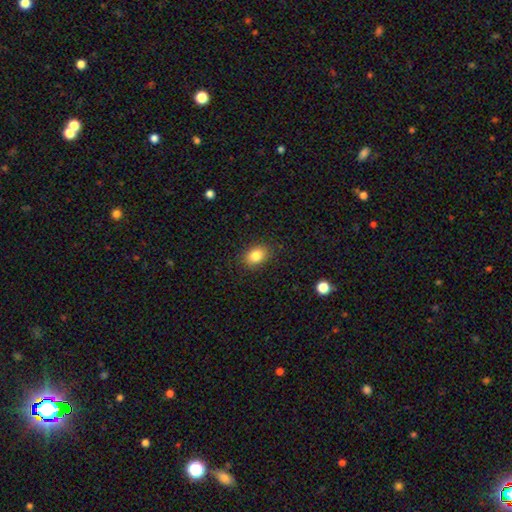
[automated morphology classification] This appears to be a smooth galaxy with no disk features (84%) that is in between round and cigar-shaped (73%). Merging: none (87%).